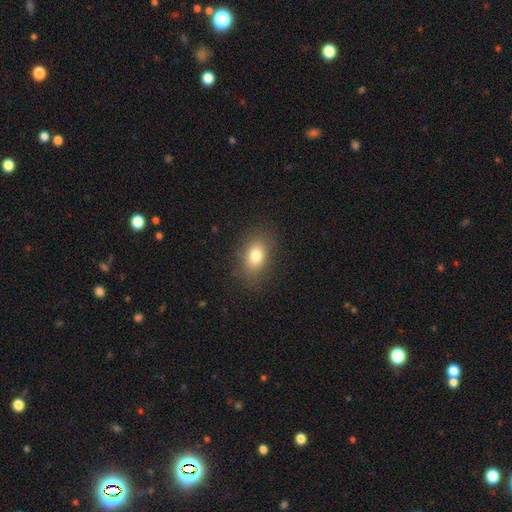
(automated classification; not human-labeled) Morphology: type=smooth (79%); roundness=in between (78%); merging=none (83%).